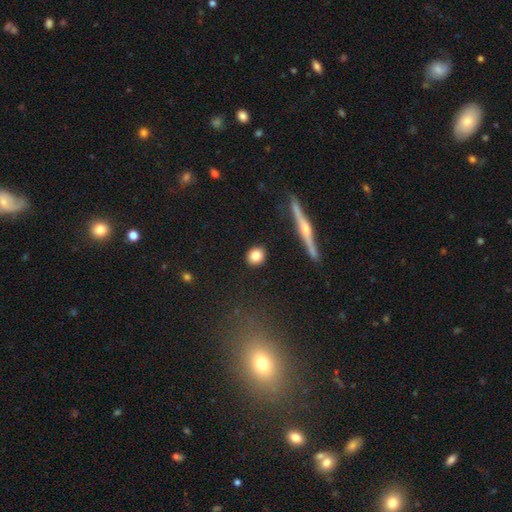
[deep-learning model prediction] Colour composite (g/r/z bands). It shows a smooth galaxy with no disk features (82%) that is round (75%). Merging: none (90%).